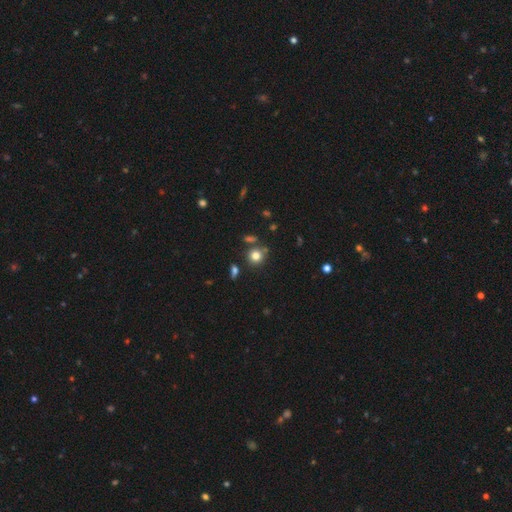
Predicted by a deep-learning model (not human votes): Smooth or featured?
  - smooth: 78% *
  - star or artifact: 14%
  - featured or disk: 8%
How rounded?
  - round: 87% *
  - in between: 12%
  - cigar-shaped: 1%
Merging?
  - none: 76% *
  - minor disturbance: 11%
  - merger: 10%
  - major disturbance: 4%